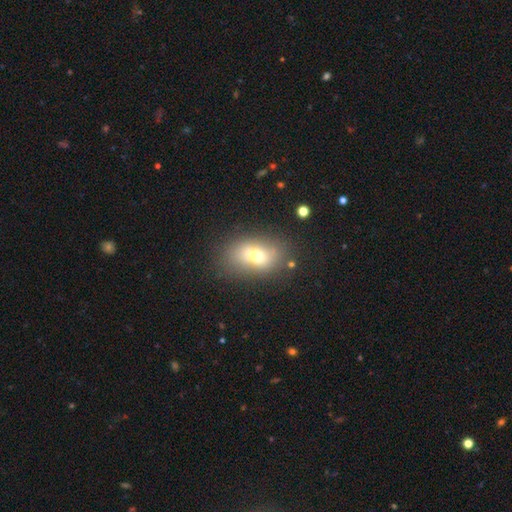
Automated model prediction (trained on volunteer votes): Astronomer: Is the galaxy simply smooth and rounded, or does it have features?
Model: smooth — 65%.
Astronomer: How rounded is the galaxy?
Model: in between — 76%.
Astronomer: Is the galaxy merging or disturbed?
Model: none — 71%.